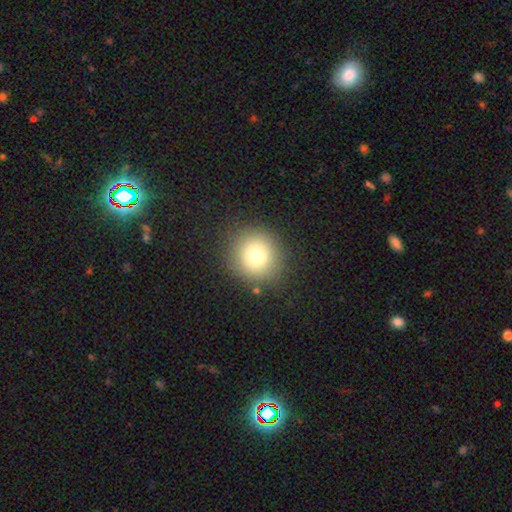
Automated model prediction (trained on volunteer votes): Smooth or featured: smooth — 76% (star or artifact — 13%)
How rounded: round — 92% (in between — 7%)
Merging: none — 86% (minor disturbance — 8%)